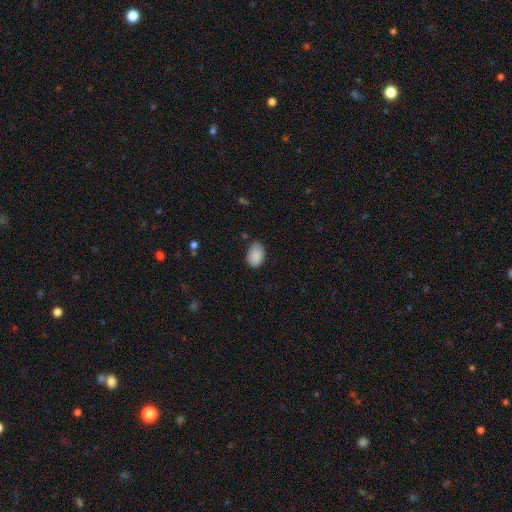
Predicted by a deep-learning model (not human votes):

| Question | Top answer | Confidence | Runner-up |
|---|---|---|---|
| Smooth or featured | smooth | 89% | star or artifact (7%) |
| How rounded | in between | 88% | round (11%) |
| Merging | none | 75% | minor disturbance (20%) |